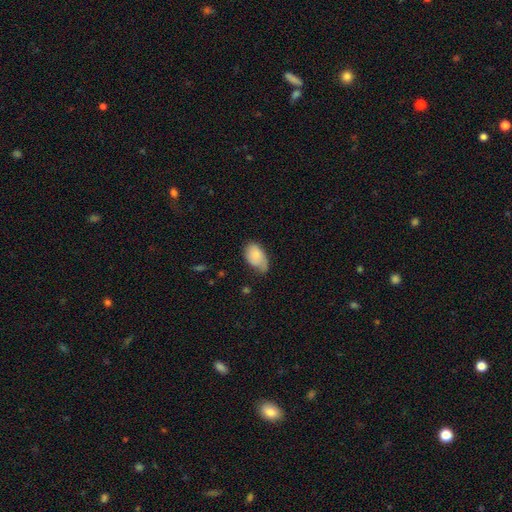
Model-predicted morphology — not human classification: A smooth galaxy with no disk features (78%) that is in between round and cigar-shaped (92%). Merging: none (45%).